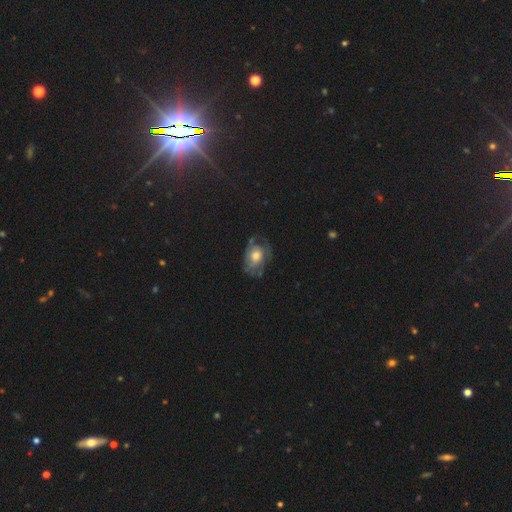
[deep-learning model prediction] Smooth or featured?
  - featured or disk: 60% *
  - smooth: 33%
  - star or artifact: 8%
Edge-on disk?
  - no: 96% *
  - yes: 4%
Bar?
  - no: 83% *
  - weak: 14%
  - strong: 3%
Spiral arms?
  - yes: 70% *
  - no: 30%
Bulge size?
  - moderate: 56% *
  - large: 29%
  - small: 11%
  - none: 2%
  - dominant: 2%
Merging?
  - none: 53% *
  - minor disturbance: 27%
  - major disturbance: 18%
  - merger: 2%